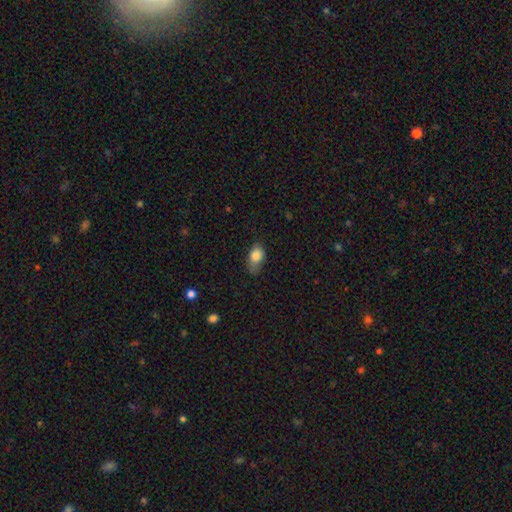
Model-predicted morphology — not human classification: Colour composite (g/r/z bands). It shows a smooth galaxy with no disk features (82%) that is in between round and cigar-shaped (82%). Merging: none (43%).